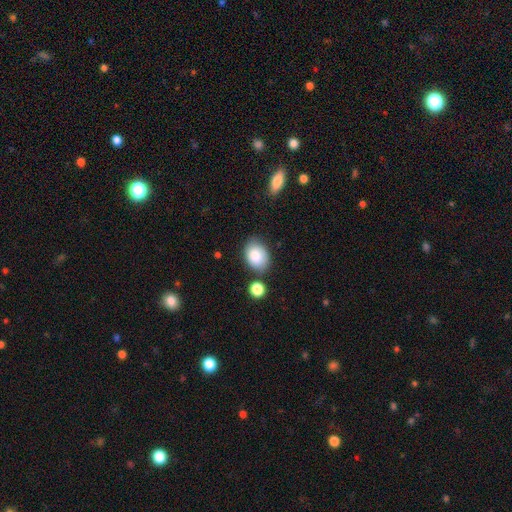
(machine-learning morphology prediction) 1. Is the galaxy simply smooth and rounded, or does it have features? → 85% smooth, 7% featured or disk, 7% star or artifact.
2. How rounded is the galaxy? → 77% in between, 22% round, 1% cigar-shaped.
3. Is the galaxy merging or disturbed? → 73% none, 16% minor disturbance, 7% merger, 4% major disturbance.